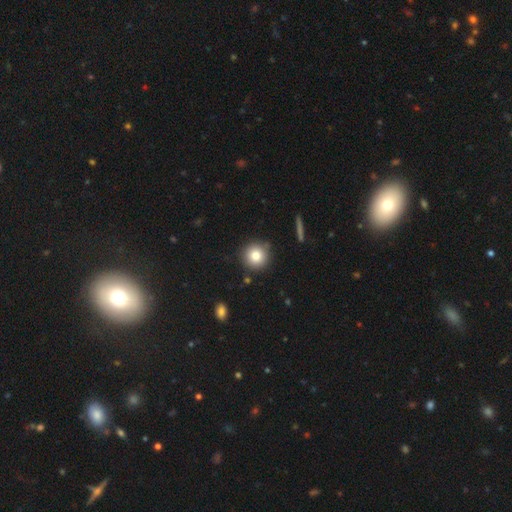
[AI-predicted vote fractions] The model was most divided on "smooth or featured": smooth: 81%, star or artifact: 10%, featured or disk: 9%. More confident: how rounded — round (94%); merging — none (86%).